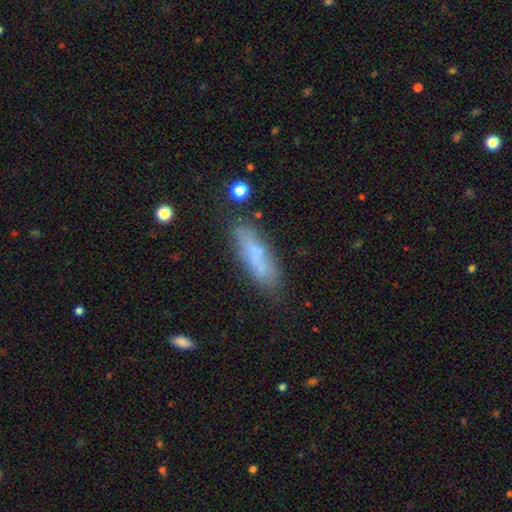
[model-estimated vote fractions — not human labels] smooth 60%, featured or disk 31%, star or artifact 10%. Down the decision tree: how rounded — cigar-shaped (61%); merging — none (69%).